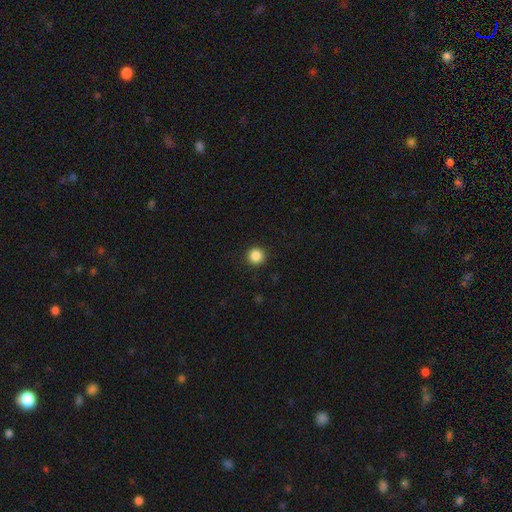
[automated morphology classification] This appears to be a smooth galaxy with no disk features (86%) that is round (95%). Merging: none (93%).